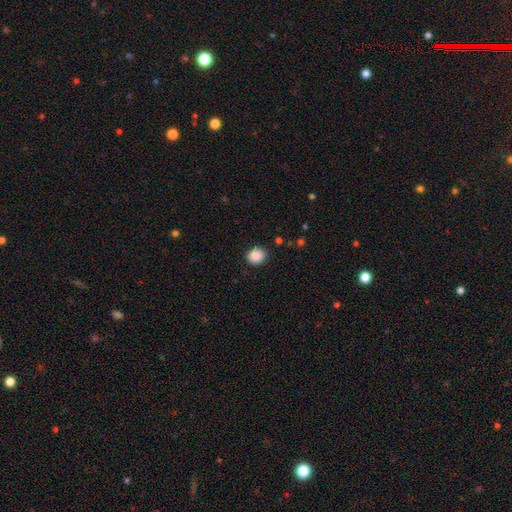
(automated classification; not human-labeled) Q: Smooth or featured?
A: smooth (89%); runner-up: star or artifact (8%)
Q: How rounded?
A: round (60%); runner-up: in between (39%)
Q: Merging?
A: none (88%); runner-up: minor disturbance (9%)